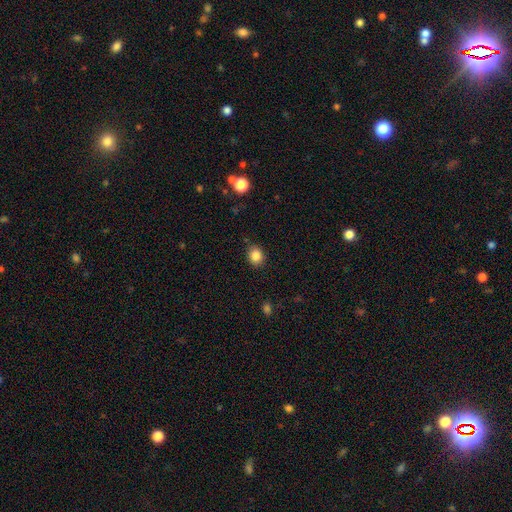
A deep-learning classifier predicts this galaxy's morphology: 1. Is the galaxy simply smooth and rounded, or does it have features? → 85% smooth, 11% star or artifact, 5% featured or disk.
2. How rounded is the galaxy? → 67% round, 32% in between, 1% cigar-shaped.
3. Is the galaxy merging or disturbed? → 85% none, 11% minor disturbance, 3% major disturbance, 2% merger.